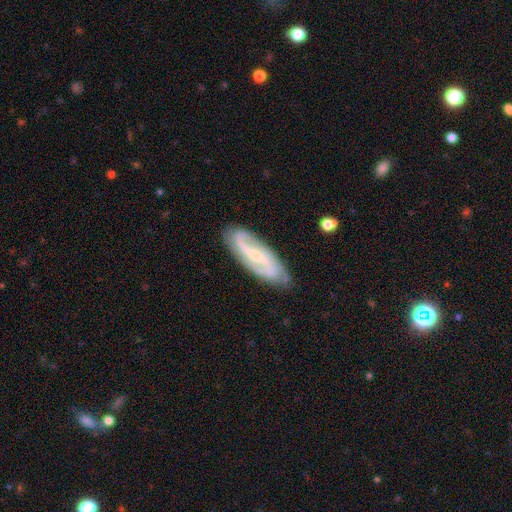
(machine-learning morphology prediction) Q: Smooth or featured?
A: featured or disk (82%); runner-up: smooth (13%)
Q: Edge-on disk?
A: no (89%); runner-up: yes (11%)
Q: Bar?
A: weak (42%); runner-up: strong (31%)
Q: Spiral arms?
A: yes (94%); runner-up: no (6%)
Q: Spiral winding?
A: loose (40%); tied with: medium (40%)
Q: Spiral arm count?
A: 2 (83%); runner-up: can't tell (8%)
Q: Bulge size?
A: small (69%); runner-up: moderate (23%)
Q: Merging?
A: none (80%); runner-up: minor disturbance (15%)